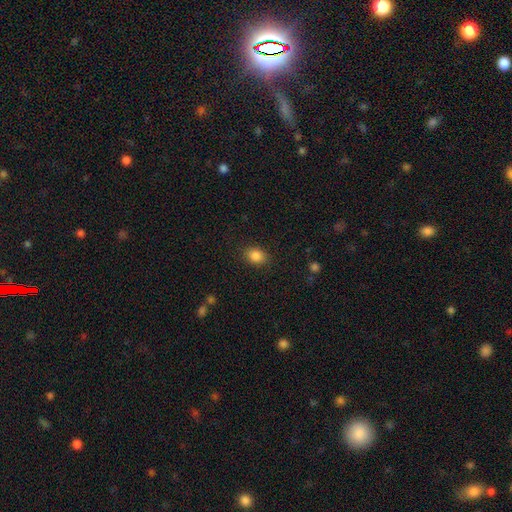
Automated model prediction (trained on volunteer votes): Smooth or featured? Predicted: smooth (p=0.86). How rounded? Predicted: in between (p=0.66). Merging? Predicted: none (p=0.87).